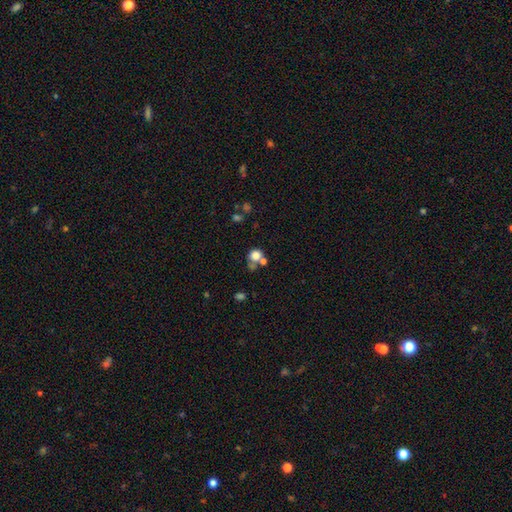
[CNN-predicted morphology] smooth_or_featured: smooth (p=0.76) [alt: star or artifact p=0.13]
how_rounded: round (p=0.76) [alt: in between p=0.23]
merging: none (p=0.42) [alt: merger p=0.35]